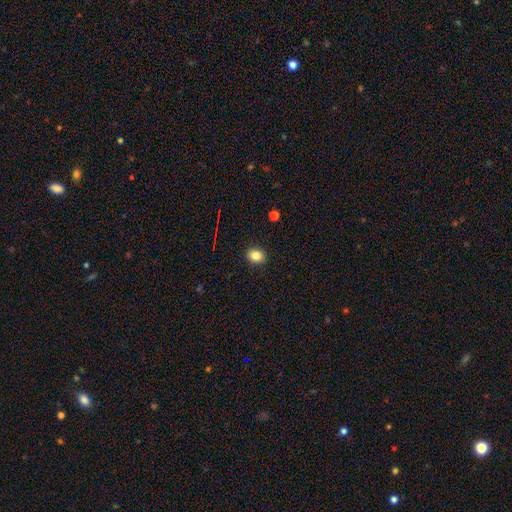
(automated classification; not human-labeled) Smooth or featured? smooth (81%)
How rounded? round (63%)
Merging? none (91%)